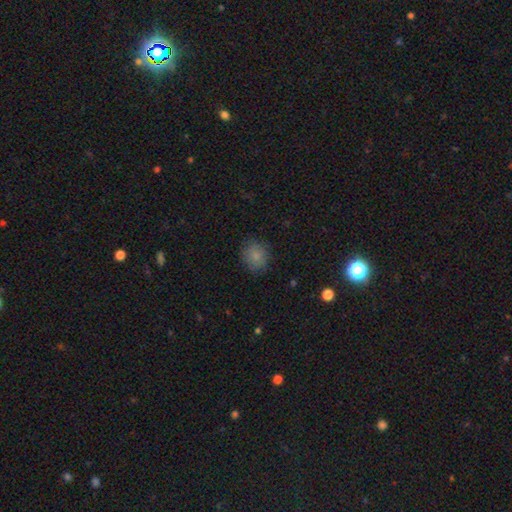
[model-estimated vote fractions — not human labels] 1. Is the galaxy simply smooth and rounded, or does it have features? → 83% smooth, 10% star or artifact, 7% featured or disk.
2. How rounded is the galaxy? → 82% round, 17% in between, 1% cigar-shaped.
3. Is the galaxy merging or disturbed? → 83% none, 13% minor disturbance, 3% major disturbance, 1% merger.